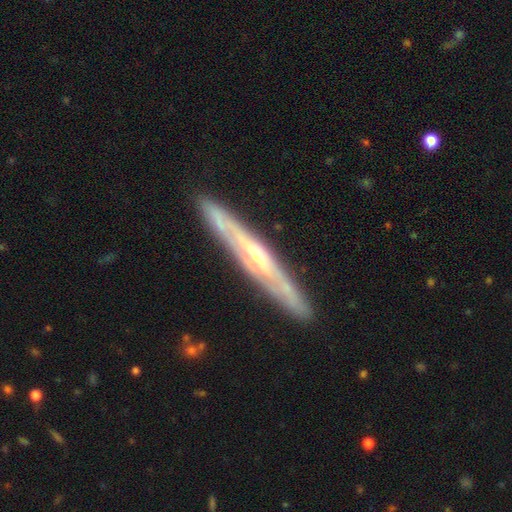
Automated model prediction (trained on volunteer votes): smooth-or-featured: featured or disk: 79% | smooth: 15% | star or artifact: 5%
  disk-edge-on: yes: 83% | no: 17%
    edge-on-bulge: rounded: 74% | none: 22% | boxy: 4%
  merging: none: 88% | minor disturbance: 9% | major disturbance: 2% | merger: 1%